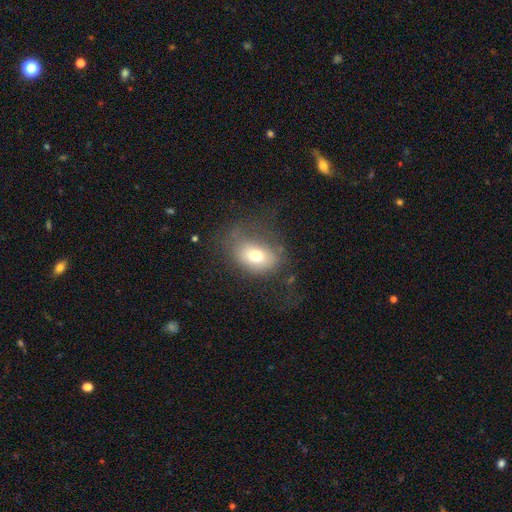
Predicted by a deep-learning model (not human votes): Q: Smooth or featured?
A: smooth (69%); runner-up: featured or disk (19%)
Q: How rounded?
A: in between (72%); runner-up: round (26%)
Q: Merging?
A: none (50%); runner-up: minor disturbance (24%)